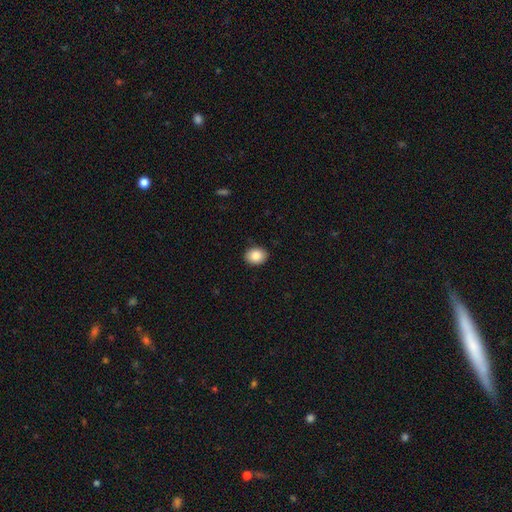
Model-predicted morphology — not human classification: Overall: smooth (87%). How rounded: in between (52%; round 47%). Merging: none (90%).